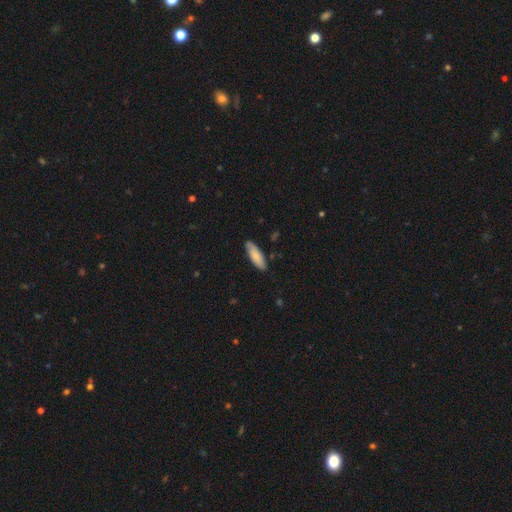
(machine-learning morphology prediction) A smooth galaxy with no disk features (76%) that is in between round and cigar-shaped (60%).

Vote fractions:
- Smooth or featured? smooth: 76% / featured or disk: 18% / star or artifact: 6%
- How rounded? in between: 60% / cigar-shaped: 38% / round: 2%
- Merging? none: 81% / minor disturbance: 15% / major disturbance: 2% / merger: 1%